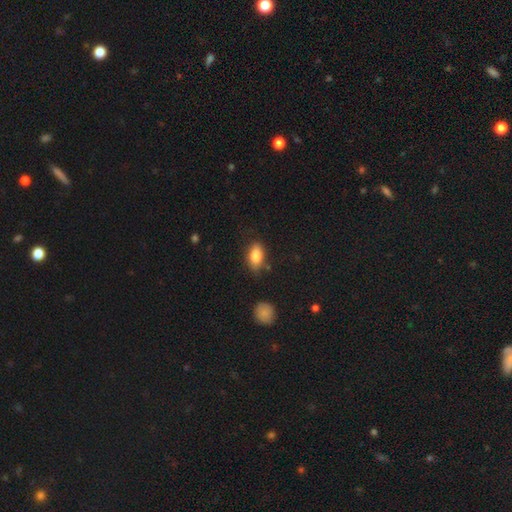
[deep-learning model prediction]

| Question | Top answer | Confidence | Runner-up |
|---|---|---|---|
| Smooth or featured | smooth | 85% | star or artifact (8%) |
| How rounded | in between | 89% | round (7%) |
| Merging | none | 78% | minor disturbance (15%) |